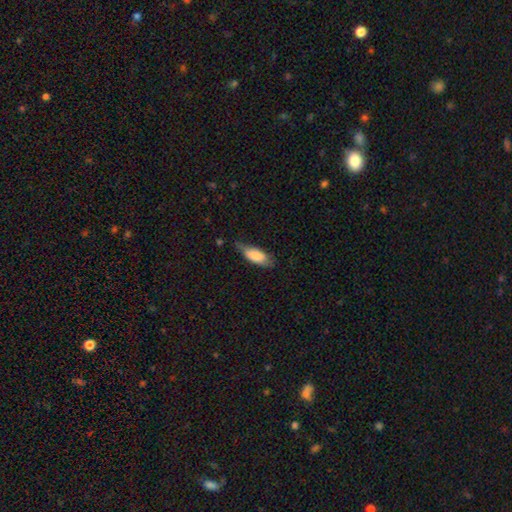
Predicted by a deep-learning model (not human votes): smooth_or_featured: smooth (p=0.78) [alt: featured or disk p=0.16]
how_rounded: in between (p=0.76) [alt: cigar-shaped p=0.22]
merging: none (p=0.51) [alt: minor disturbance p=0.38]